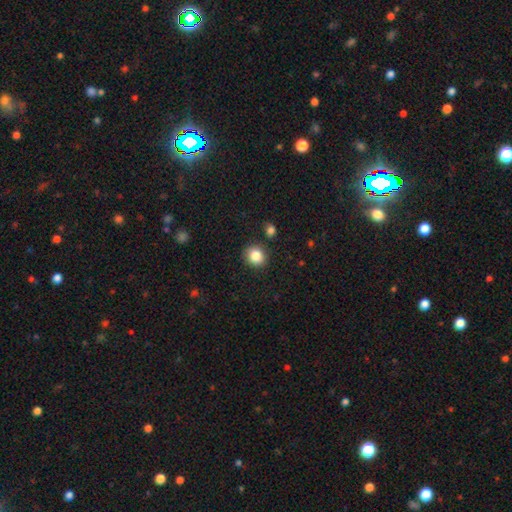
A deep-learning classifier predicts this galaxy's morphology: Smooth or featured?
  - smooth: 85% *
  - star or artifact: 10%
  - featured or disk: 6%
How rounded?
  - round: 83% *
  - in between: 16%
  - cigar-shaped: 1%
Merging?
  - none: 86% *
  - minor disturbance: 9%
  - merger: 3%
  - major disturbance: 2%